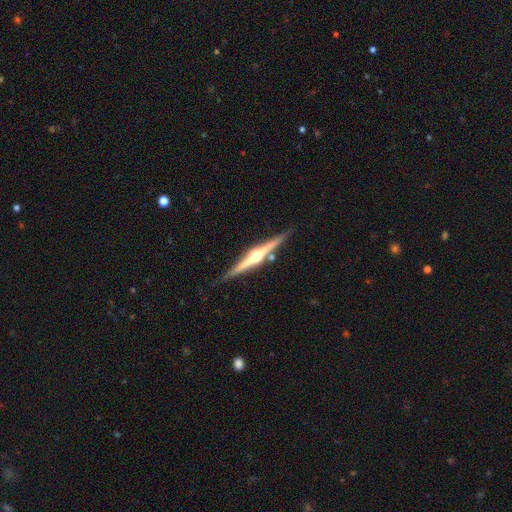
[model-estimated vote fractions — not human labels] Smooth or featured: featured or disk — 84% (smooth — 11%)
Edge-on disk: yes — 98% (no — 2%)
Edge-on bulge: rounded — 94% (boxy — 3%)
Merging: none — 85% (minor disturbance — 10%)